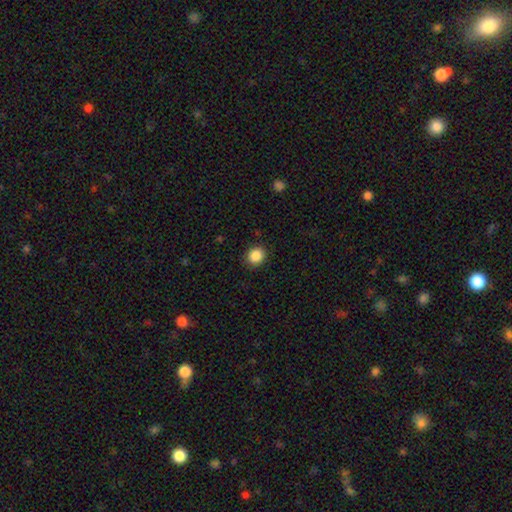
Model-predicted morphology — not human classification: Overall: smooth (87%). How rounded: round (78%). Merging: none (89%).